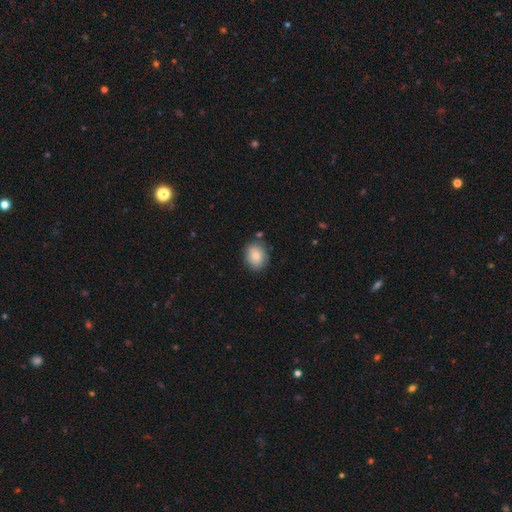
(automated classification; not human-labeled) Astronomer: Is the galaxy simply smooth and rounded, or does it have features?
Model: smooth — 83%.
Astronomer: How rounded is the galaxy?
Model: in between — 50% (runner-up: round, 49%).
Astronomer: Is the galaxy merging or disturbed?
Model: none — 80%.